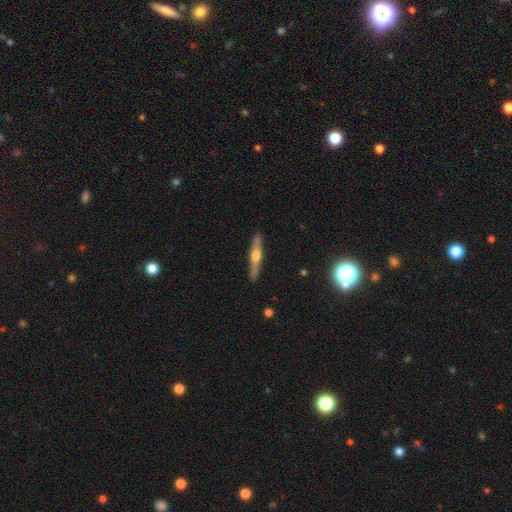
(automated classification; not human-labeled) Smooth or featured?
  - featured or disk: 60% *
  - smooth: 34%
  - star or artifact: 6%
Edge-on disk?
  - yes: 95% *
  - no: 5%
Edge-on bulge?
  - rounded: 90% *
  - none: 6%
  - boxy: 4%
Merging?
  - none: 89% *
  - minor disturbance: 8%
  - major disturbance: 2%
  - merger: 1%